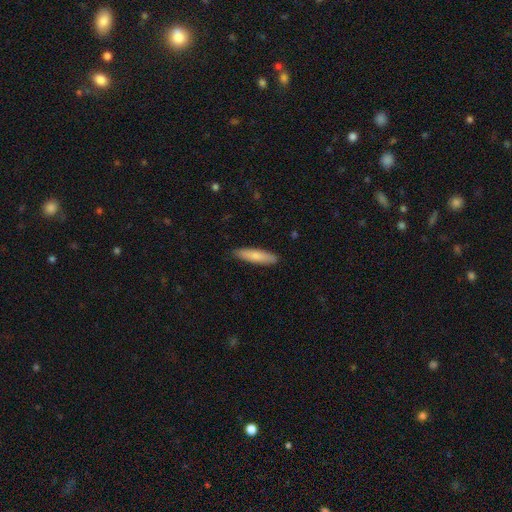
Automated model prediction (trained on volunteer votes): A smooth galaxy with no disk features (78%) that is cigar-shaped (77%).

Vote fractions:
- Smooth or featured? smooth: 78% / featured or disk: 17% / star or artifact: 5%
- How rounded? cigar-shaped: 77% / in between: 22% / round: 1%
- Merging? none: 88% / minor disturbance: 9% / major disturbance: 2% / merger: 1%